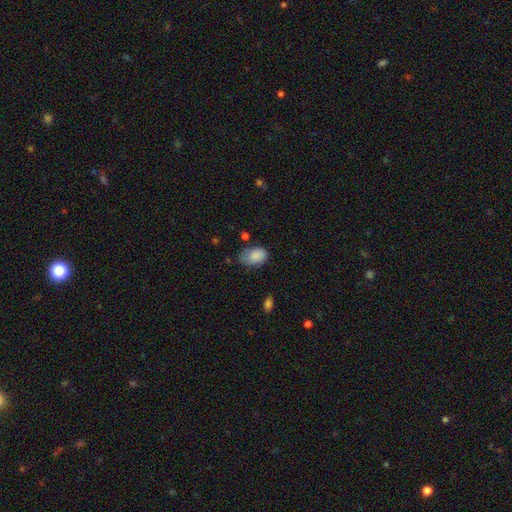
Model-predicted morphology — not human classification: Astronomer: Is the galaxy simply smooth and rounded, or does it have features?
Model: smooth — 84%.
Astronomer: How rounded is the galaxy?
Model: in between — 87%.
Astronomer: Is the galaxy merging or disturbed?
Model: none — 50% (runner-up: minor disturbance, 35%).